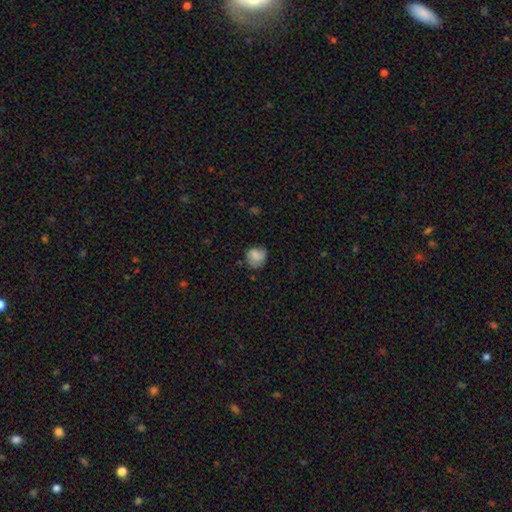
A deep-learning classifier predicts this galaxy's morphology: Smooth or featured? Predicted: smooth (p=0.77). How rounded? Predicted: round (p=0.78). Merging? Predicted: none (p=0.61).